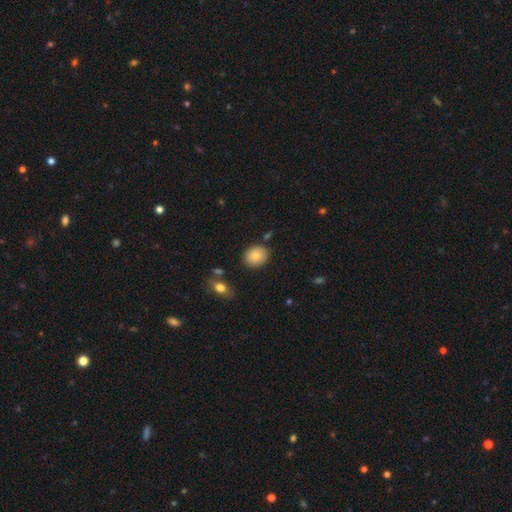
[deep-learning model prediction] Overall: smooth (82%). How rounded: round (65%; in between 34%). Merging: none (84%).